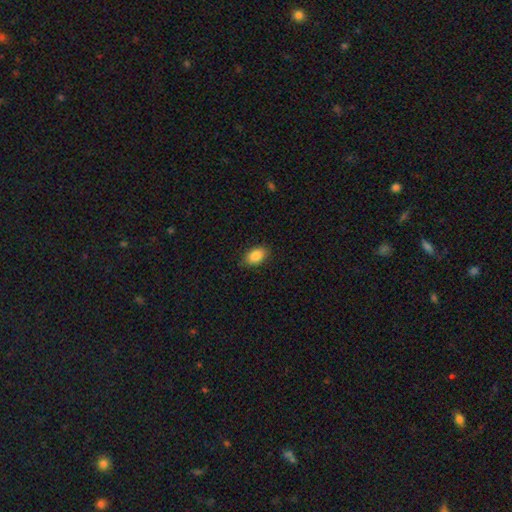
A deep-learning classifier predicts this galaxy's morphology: smooth_or_featured: smooth (p=0.87) [alt: star or artifact p=0.08]
how_rounded: in between (p=0.89) [alt: round p=0.10]
merging: none (p=0.86) [alt: minor disturbance p=0.10]